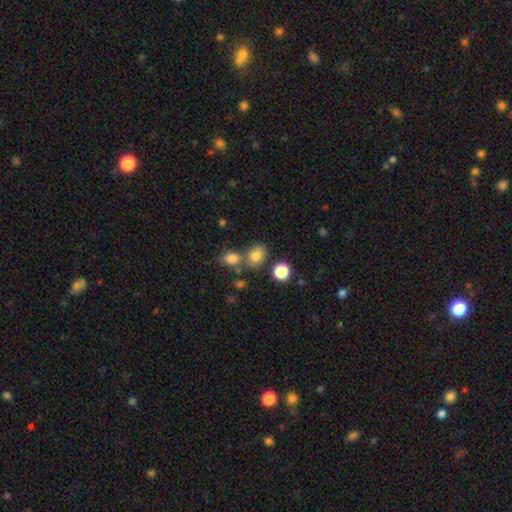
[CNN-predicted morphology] A smooth galaxy with no disk features (78%) that is in between round and cigar-shaped (53%).

Vote fractions:
- Smooth or featured? smooth: 78% / star or artifact: 14% / featured or disk: 8%
- How rounded? in between: 53% / round: 46% / cigar-shaped: 1%
- Merging? none: 59% / merger: 26% / minor disturbance: 11% / major disturbance: 4%